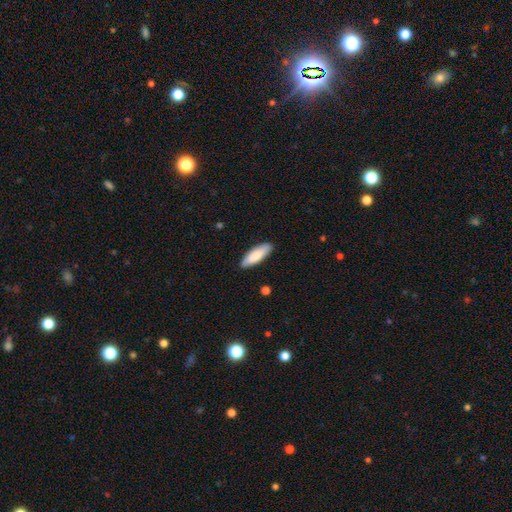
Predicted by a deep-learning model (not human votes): Smooth or featured? smooth (82%)
How rounded? in between (53%)
Merging? none (88%)